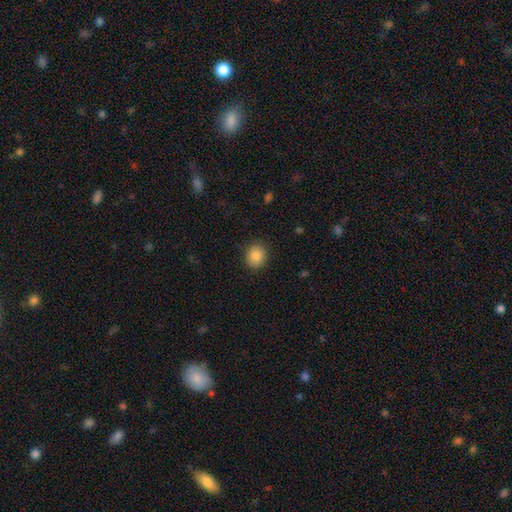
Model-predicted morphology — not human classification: The model was most divided on "how rounded": round: 67%, in between: 32%, cigar-shaped: 1%. More confident: merging — none (88%); smooth or featured — smooth (84%).